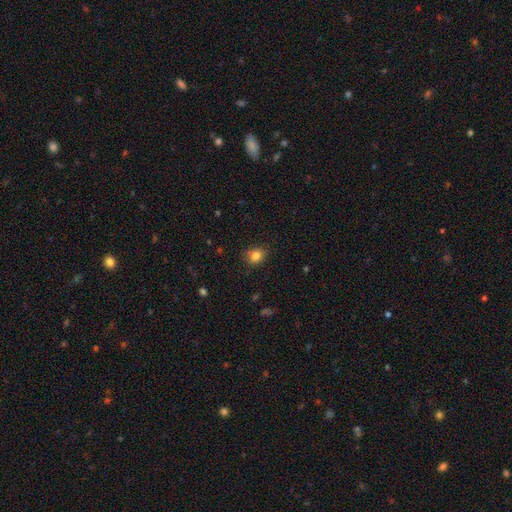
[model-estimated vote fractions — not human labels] This appears to be a smooth galaxy with no disk features (83%) that is round (56%). Merging: none (82%).